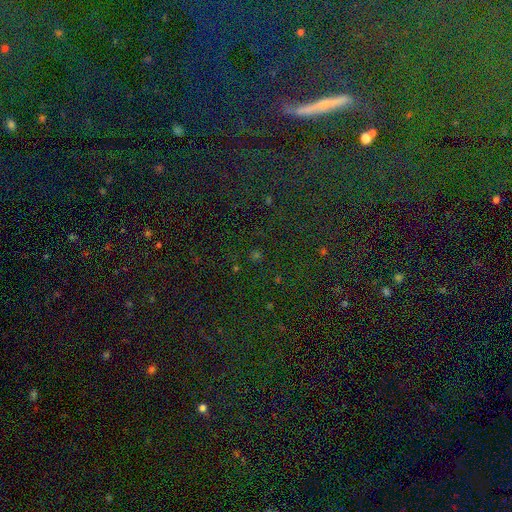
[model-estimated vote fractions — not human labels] Overall: star or artifact (72%).